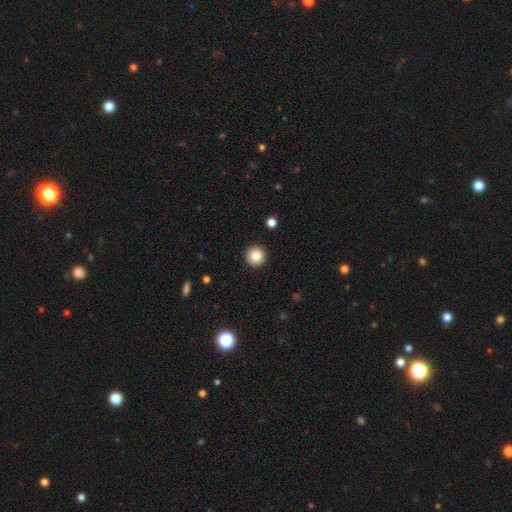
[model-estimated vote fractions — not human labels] The model was most divided on "smooth or featured": smooth: 85%, star or artifact: 9%, featured or disk: 5%. More confident: how rounded — round (96%); merging — none (93%).